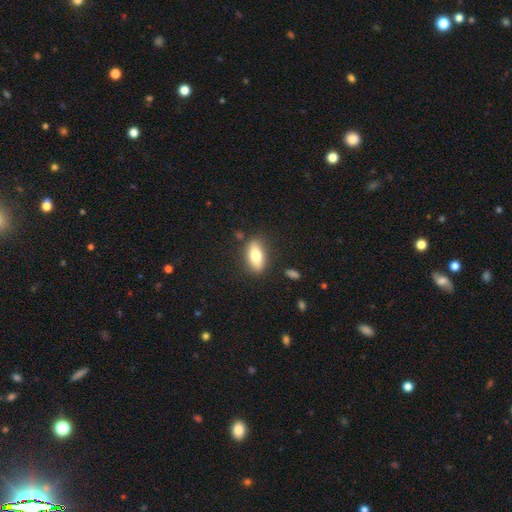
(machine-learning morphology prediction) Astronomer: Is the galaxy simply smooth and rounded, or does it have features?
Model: smooth — 74%.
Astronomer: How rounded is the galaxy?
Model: in between — 80%.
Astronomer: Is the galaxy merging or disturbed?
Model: none — 83%.